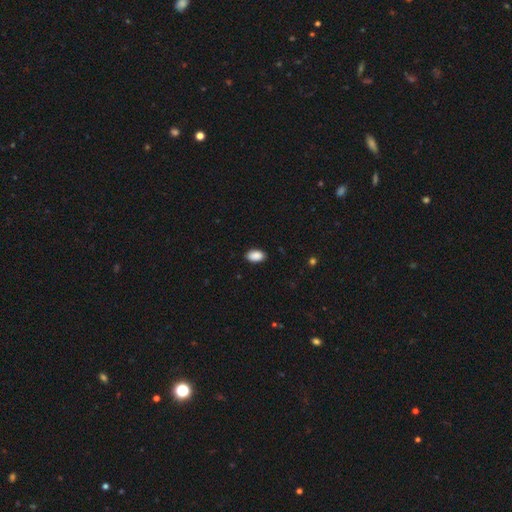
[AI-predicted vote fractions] A smooth galaxy with no disk features (90%) that is in between round and cigar-shaped (93%).

Vote fractions:
- Smooth or featured? smooth: 90% / star or artifact: 7% / featured or disk: 3%
- How rounded? in between: 93% / round: 5% / cigar-shaped: 1%
- Merging? none: 88% / minor disturbance: 9% / major disturbance: 2% / merger: 1%